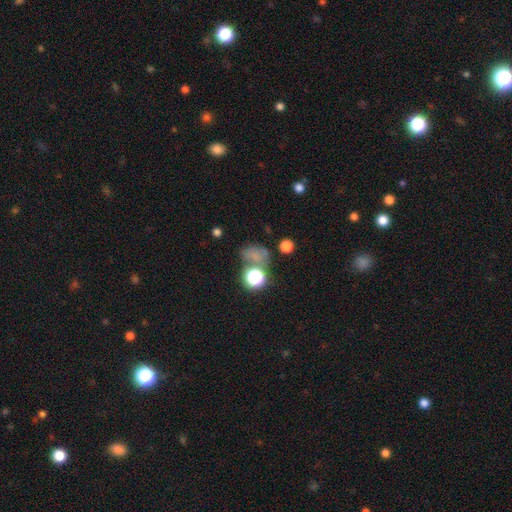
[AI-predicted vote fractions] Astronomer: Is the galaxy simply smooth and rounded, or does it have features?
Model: smooth — 53% (runner-up: star or artifact, 33%).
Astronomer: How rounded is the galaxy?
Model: round — 54% (runner-up: in between, 44%).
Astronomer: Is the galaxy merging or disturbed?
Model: none — 46%.